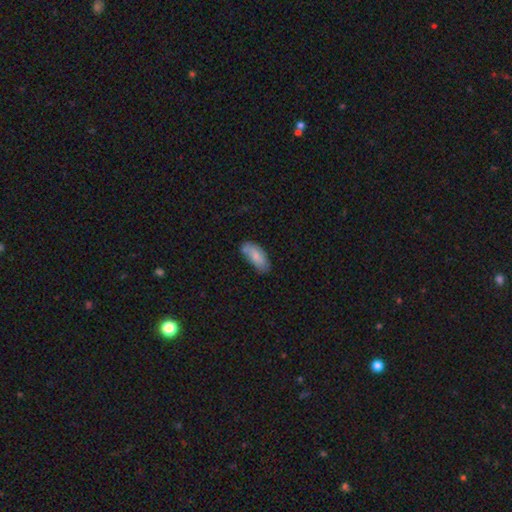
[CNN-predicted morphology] This appears to be a smooth galaxy with no disk features (76%) that is in between round and cigar-shaped (88%). Merging: none (62%).